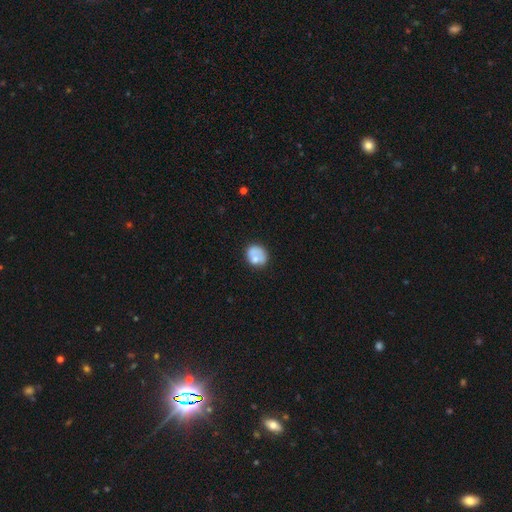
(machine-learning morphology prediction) Smooth or featured? Predicted: smooth (p=0.62). How rounded? Predicted: round (p=0.62). Merging? Predicted: none (p=0.49).